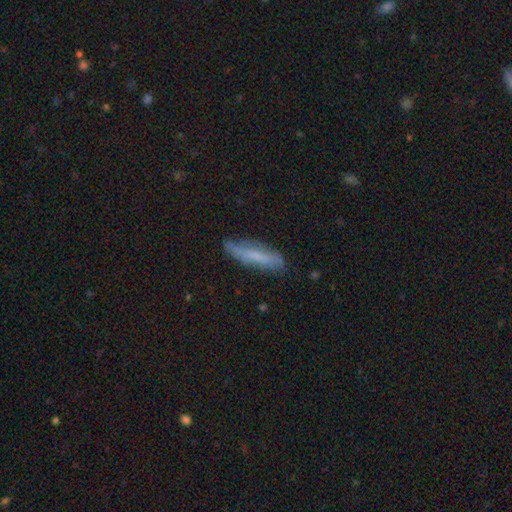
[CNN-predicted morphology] A smooth galaxy with no disk features (59%) that is cigar-shaped (78%).

Vote fractions:
- Smooth or featured? smooth: 59% / featured or disk: 33% / star or artifact: 8%
- How rounded? cigar-shaped: 78% / in between: 21% / round: 1%
- Merging? none: 70% / minor disturbance: 22% / major disturbance: 5% / merger: 2%